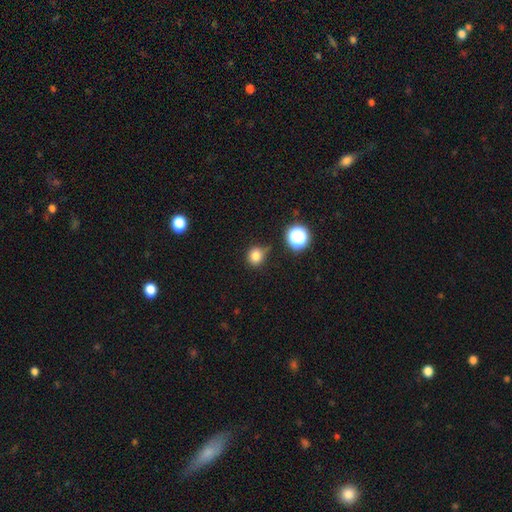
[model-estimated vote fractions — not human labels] smooth-or-featured: smooth: 80% | star or artifact: 15% | featured or disk: 5%
  how-rounded: round: 83% | in between: 16% | cigar-shaped: 1%
  merging: none: 73% | minor disturbance: 19% | major disturbance: 4% | merger: 4%